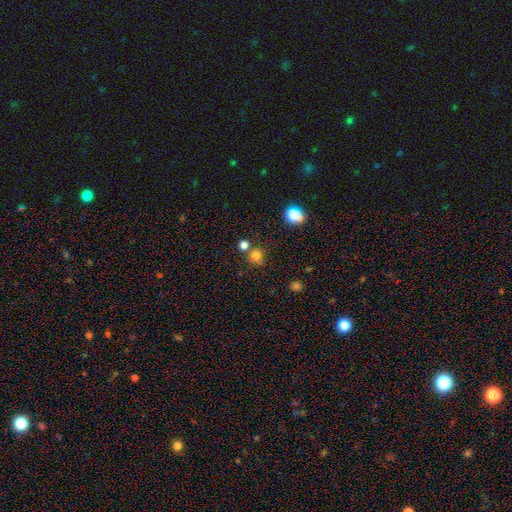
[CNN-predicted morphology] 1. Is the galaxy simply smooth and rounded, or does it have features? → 72% smooth, 20% star or artifact, 8% featured or disk.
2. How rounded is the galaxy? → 84% round, 15% in between, 1% cigar-shaped.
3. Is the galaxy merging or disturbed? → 65% none, 22% merger, 10% minor disturbance, 4% major disturbance.